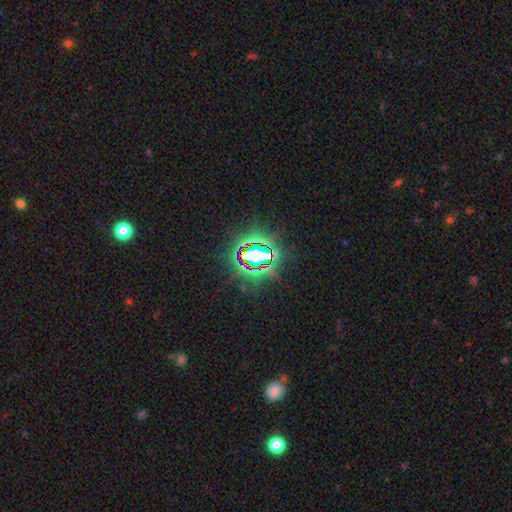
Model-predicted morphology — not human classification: A star or artifact, not a galaxy (77%).

Vote fractions:
- Smooth or featured? star or artifact: 77% / smooth: 13% / featured or disk: 10%